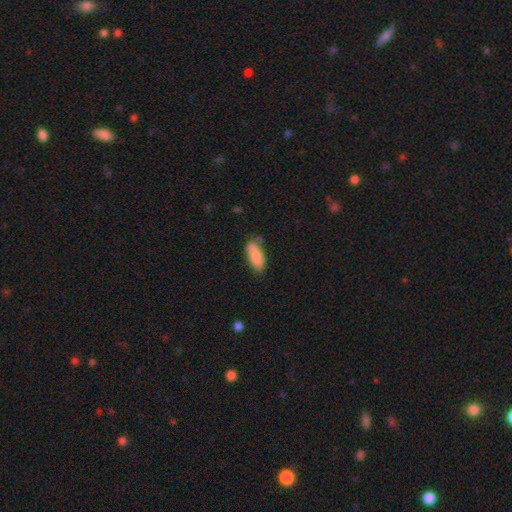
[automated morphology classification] Smooth or featured? smooth (84%)
How rounded? in between (86%)
Merging? none (61%)